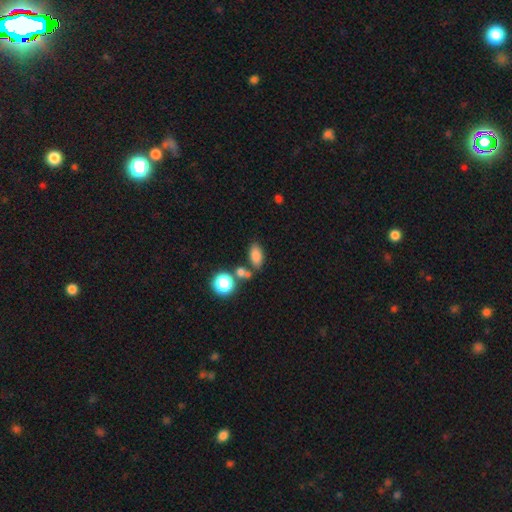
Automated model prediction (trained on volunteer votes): smooth 81%, star or artifact 12%, featured or disk 7%. Down the decision tree: how rounded — in between (84%); merging — none (68%).